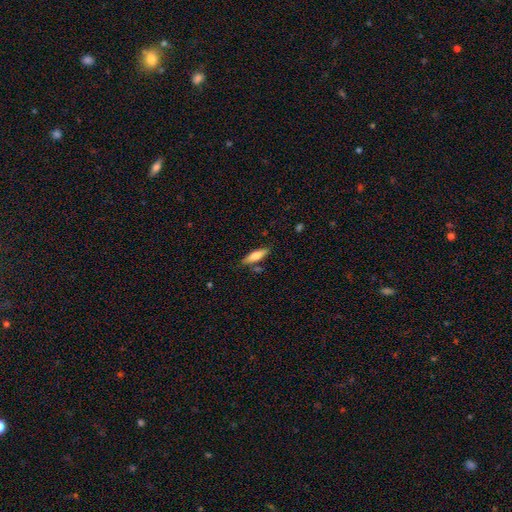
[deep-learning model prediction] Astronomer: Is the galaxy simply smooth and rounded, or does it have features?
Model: smooth — 69%.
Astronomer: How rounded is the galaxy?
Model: cigar-shaped — 56% (runner-up: in between, 42%).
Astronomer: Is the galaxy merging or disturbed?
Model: none — 78%.